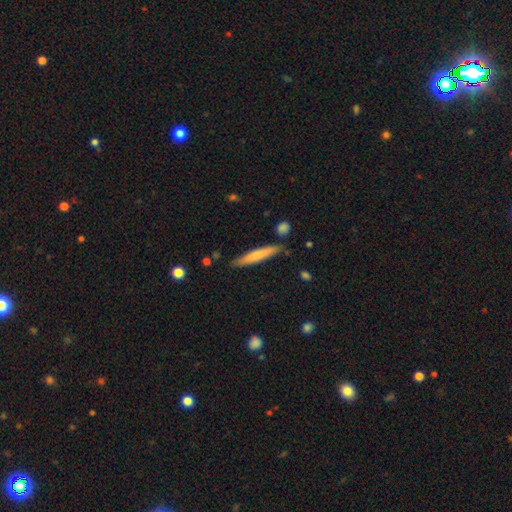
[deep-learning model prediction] Smooth or featured? smooth (62%)
How rounded? cigar-shaped (93%)
Merging? none (84%)